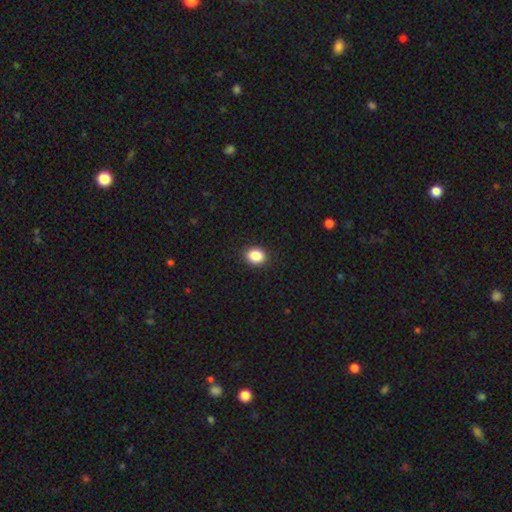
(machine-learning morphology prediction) Smooth or featured? smooth (88%)
How rounded? round (51%)
Merging? none (90%)